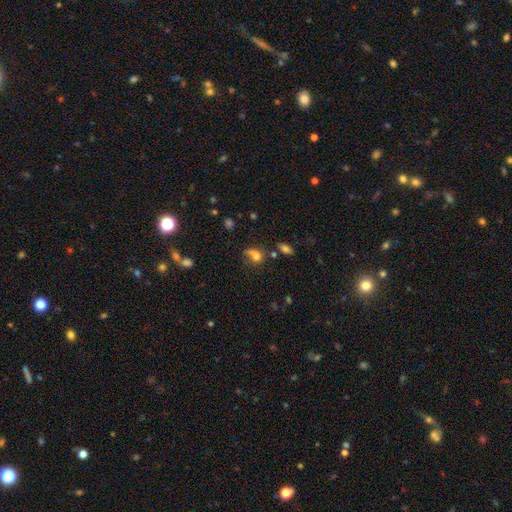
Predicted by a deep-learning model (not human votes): Q: Smooth or featured?
A: smooth (68%); runner-up: featured or disk (18%)
Q: How rounded?
A: in between (56%); runner-up: round (40%)
Q: Merging?
A: none (39%); runner-up: minor disturbance (25%)